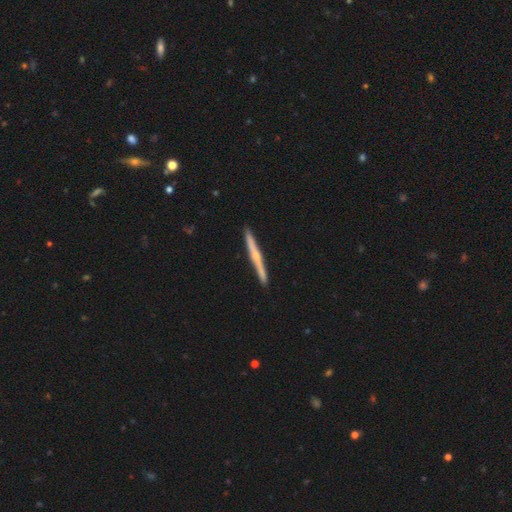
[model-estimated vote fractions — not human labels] A featured or disk galaxy (66%) viewed edge-on (98%) with a rounded central bulge (59%).

Vote fractions:
- Smooth or featured? featured or disk: 66% / smooth: 28% / star or artifact: 5%
- Edge-on disk? yes: 98% / no: 2%
- Edge-on bulge? rounded: 59% / none: 35% / boxy: 7%
- Merging? none: 91% / minor disturbance: 6% / merger: 1% / major disturbance: 1%